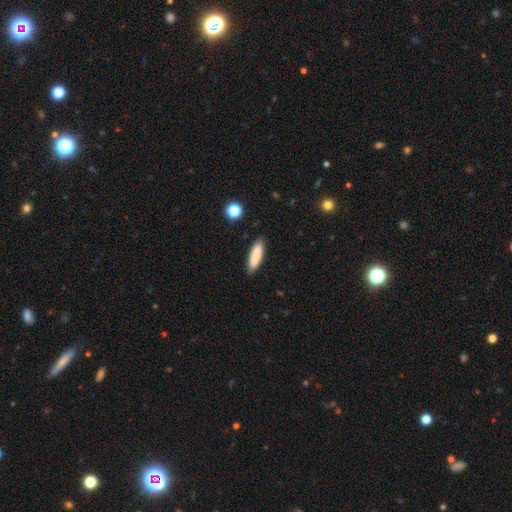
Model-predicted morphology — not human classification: This is clearly a smooth galaxy (84%). How rounded: possibly cigar-shaped (59%). Merging: clearly none (88%).